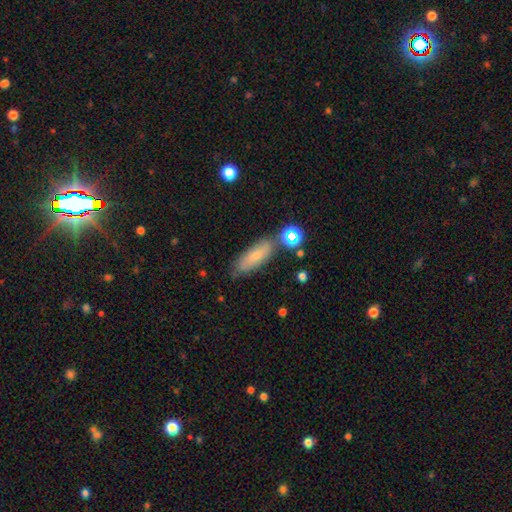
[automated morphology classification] The model was most divided on "how rounded": in between: 64%, cigar-shaped: 33%, round: 3%. More confident: merging — none (70%); smooth or featured — smooth (70%).